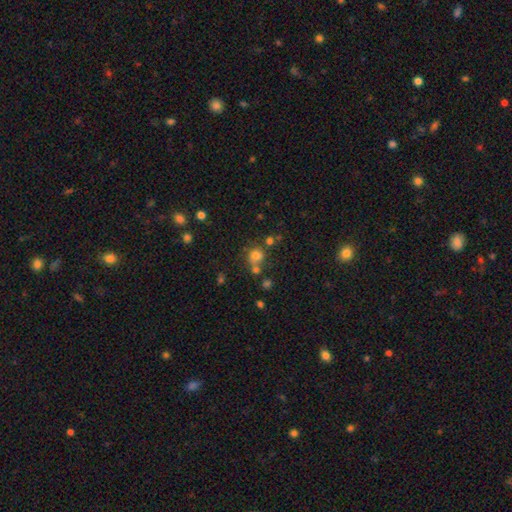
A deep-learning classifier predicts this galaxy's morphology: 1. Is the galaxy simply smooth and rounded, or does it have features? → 73% smooth, 17% star or artifact, 9% featured or disk.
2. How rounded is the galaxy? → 83% round, 16% in between, 1% cigar-shaped.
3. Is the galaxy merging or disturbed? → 56% none, 27% merger, 12% minor disturbance, 6% major disturbance.